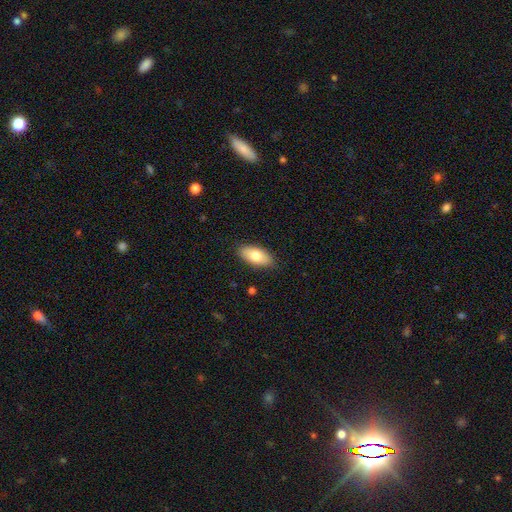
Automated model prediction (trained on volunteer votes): Smooth or featured?
  - smooth: 75% *
  - featured or disk: 19%
  - star or artifact: 6%
How rounded?
  - in between: 89% *
  - cigar-shaped: 8%
  - round: 3%
Merging?
  - none: 87% *
  - minor disturbance: 10%
  - major disturbance: 2%
  - merger: 1%